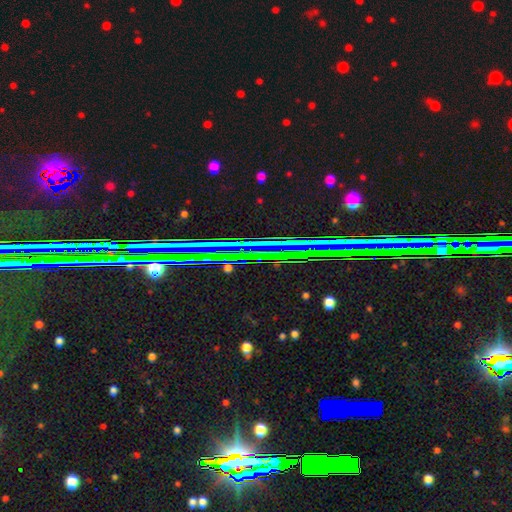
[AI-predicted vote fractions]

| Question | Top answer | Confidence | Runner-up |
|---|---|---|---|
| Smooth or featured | star or artifact | 81% | featured or disk (10%) |